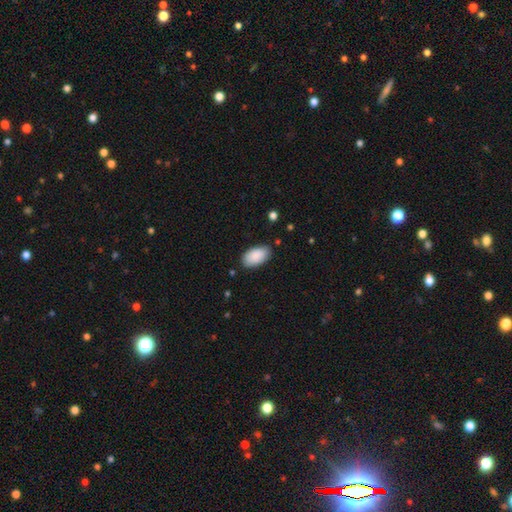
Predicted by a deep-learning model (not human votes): This appears to be a smooth galaxy with no disk features (90%) that is in between round and cigar-shaped (96%). Merging: none (84%).